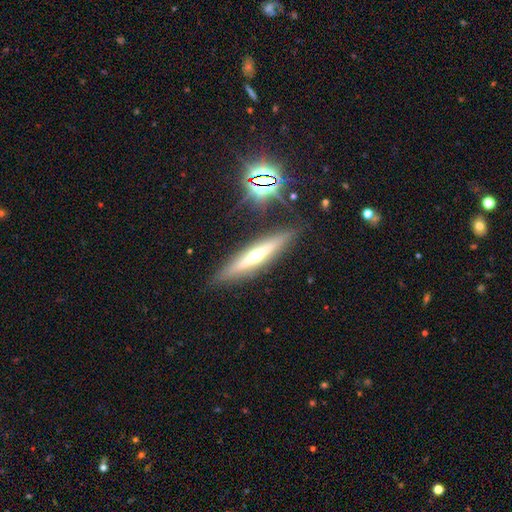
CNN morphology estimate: type=featured or disk (63%); edge-on=yes (92%); edge-on bulge=rounded (86%); merging=none (86%).